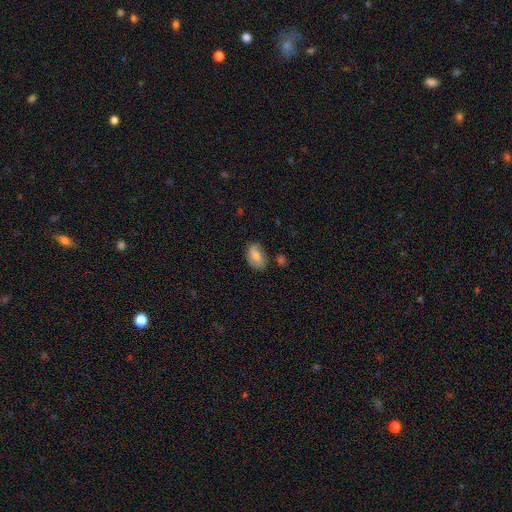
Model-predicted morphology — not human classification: Smooth or featured?
  - smooth: 68% *
  - featured or disk: 24%
  - star or artifact: 8%
How rounded?
  - in between: 88% *
  - round: 10%
  - cigar-shaped: 2%
Merging?
  - none: 68% *
  - minor disturbance: 22%
  - major disturbance: 6%
  - merger: 4%